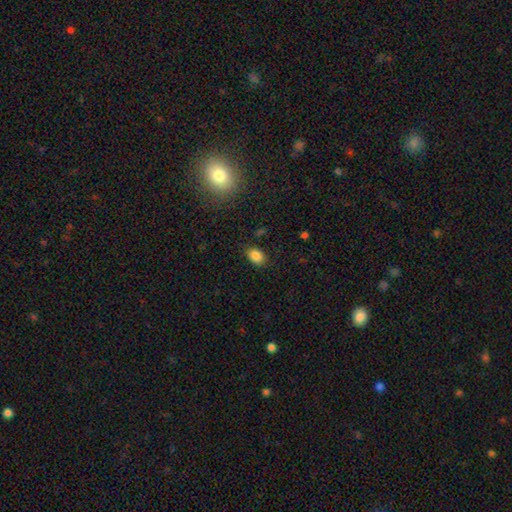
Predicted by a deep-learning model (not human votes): A smooth galaxy with no disk features (86%) that is in between round and cigar-shaped (74%). Merging: none (83%).